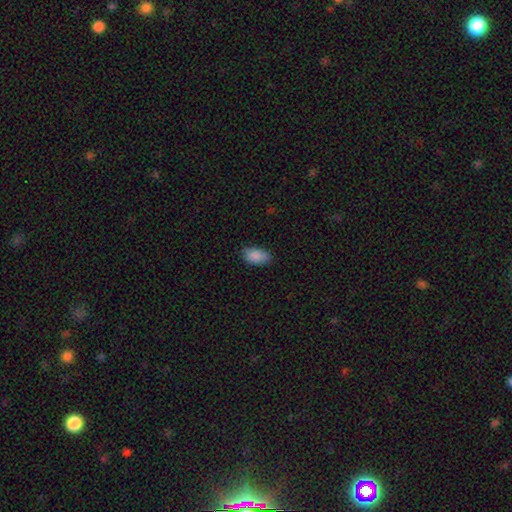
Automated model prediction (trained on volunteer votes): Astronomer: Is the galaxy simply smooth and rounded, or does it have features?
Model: smooth — 89%.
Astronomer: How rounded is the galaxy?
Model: in between — 93%.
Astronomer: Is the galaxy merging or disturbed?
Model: none — 79%.